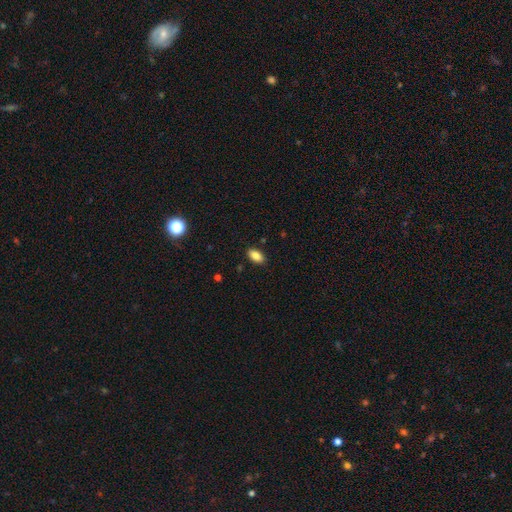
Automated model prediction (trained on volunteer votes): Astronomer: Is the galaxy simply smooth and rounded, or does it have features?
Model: smooth — 86%.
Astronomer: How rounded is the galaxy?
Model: in between — 92%.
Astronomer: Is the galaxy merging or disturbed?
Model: none — 87%.